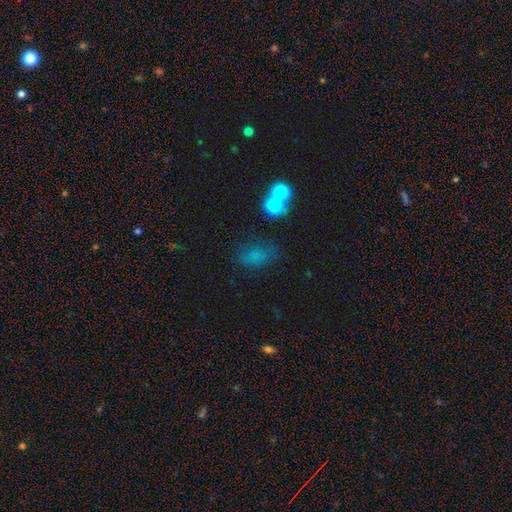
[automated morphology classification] smooth-or-featured: smooth: 66% | star or artifact: 22% | featured or disk: 12%
  how-rounded: in between: 75% | round: 22% | cigar-shaped: 3%
  merging: none: 58% | minor disturbance: 20% | major disturbance: 12% | merger: 11%